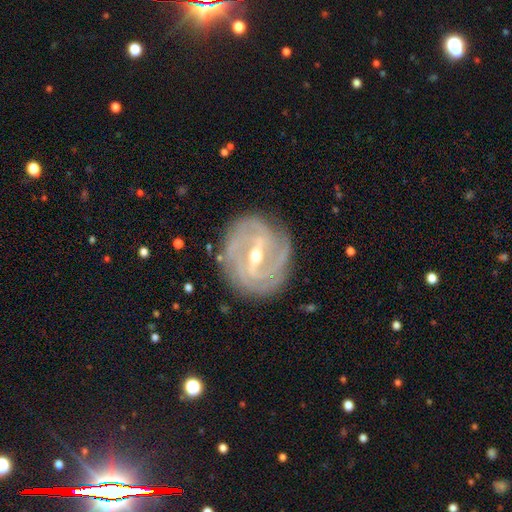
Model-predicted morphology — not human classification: type=featured or disk (90%); edge-on=no (96%); bar=strong (55%); spiral arms=yes (96%); winding=tight (70%); arm count=3 (28%); bulge=moderate (60%); merging=none (82%).